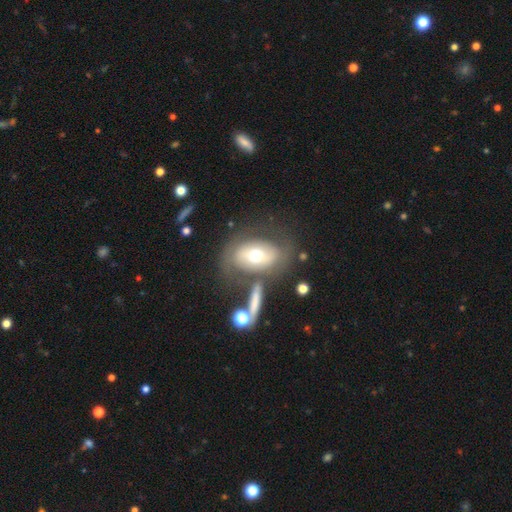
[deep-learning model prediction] smooth-or-featured: smooth: 48% | featured or disk: 44% | star or artifact: 8%
  merging: none: 55% | minor disturbance: 17% | major disturbance: 15% | merger: 13%